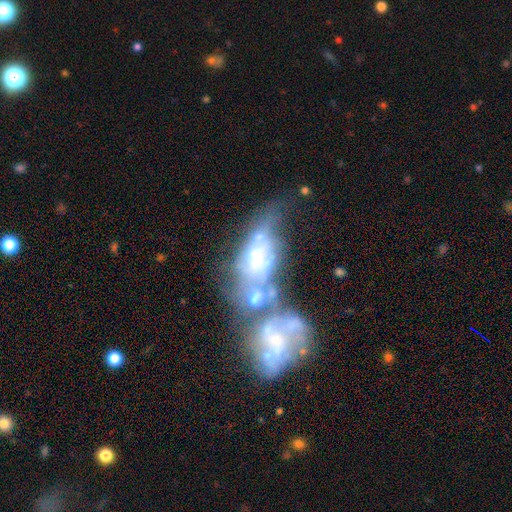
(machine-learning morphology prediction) This appears to be a featured or disk galaxy (59%) with no bar (78%), no spiral arms (84%) and no central bulge (45%). Merging: merger (60%).